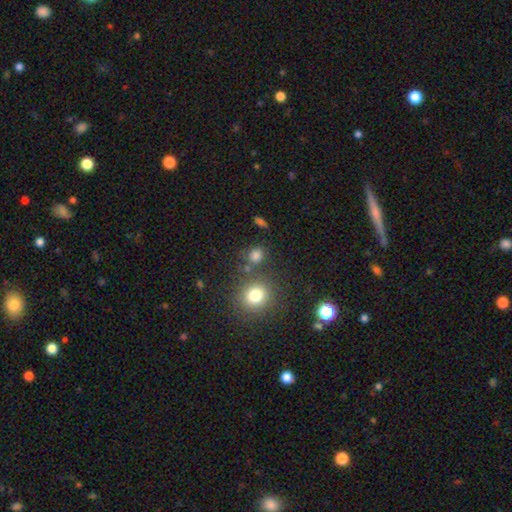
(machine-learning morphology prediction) The model was most divided on "merging": none: 72%, merger: 13%, minor disturbance: 10%, major disturbance: 5%. More confident: how rounded — round (79%); smooth or featured — smooth (77%).